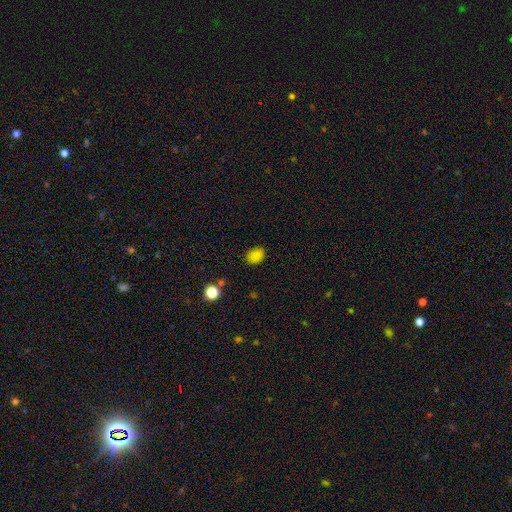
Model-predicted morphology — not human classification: This appears to be a smooth galaxy with no disk features (83%) that is in between round and cigar-shaped (54%). Merging: none (85%).